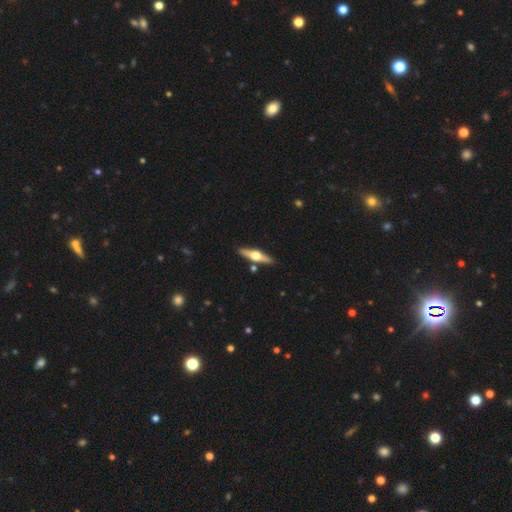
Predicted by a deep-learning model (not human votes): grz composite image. It shows a featured or disk galaxy (68%) viewed edge-on (96%) with a rounded central bulge (96%). Merging: none (87%).